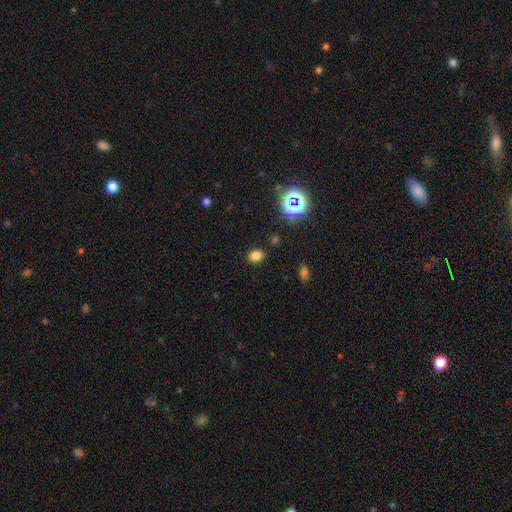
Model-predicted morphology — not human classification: Smooth or featured? Predicted: smooth (p=0.75). How rounded? Predicted: in between (p=0.54). Merging? Predicted: none (p=0.86).